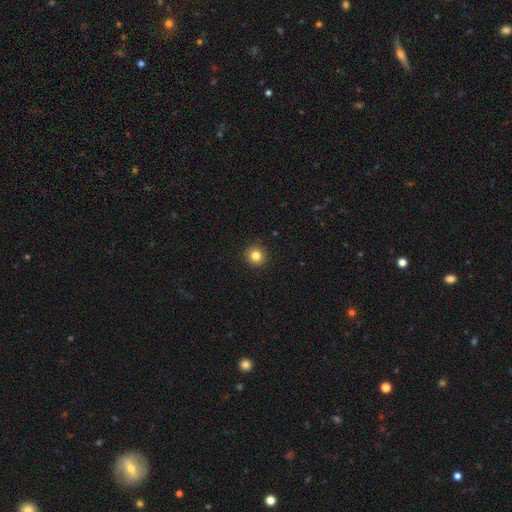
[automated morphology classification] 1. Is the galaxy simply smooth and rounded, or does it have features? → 83% smooth, 11% star or artifact, 6% featured or disk.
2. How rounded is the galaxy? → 94% round, 5% in between, 1% cigar-shaped.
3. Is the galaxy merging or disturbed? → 93% none, 4% minor disturbance, 2% major disturbance, 1% merger.